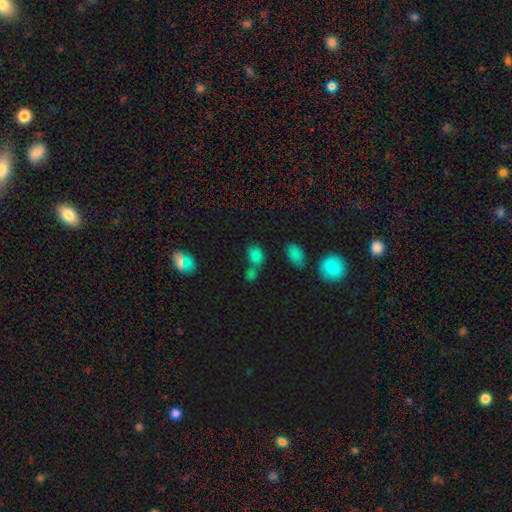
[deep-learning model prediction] Smooth or featured? Predicted: smooth (p=0.76). How rounded? Predicted: in between (p=0.63). Merging? Predicted: none (p=0.44).